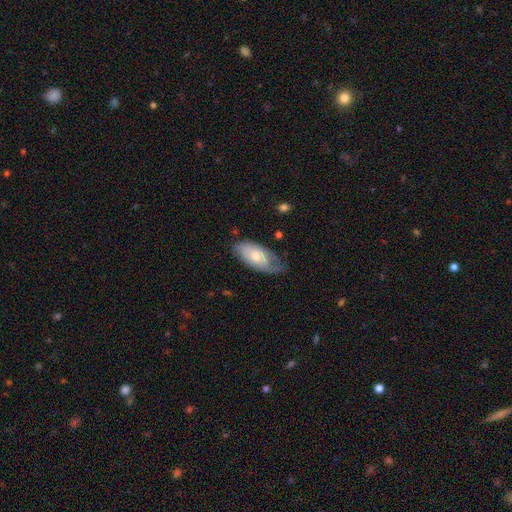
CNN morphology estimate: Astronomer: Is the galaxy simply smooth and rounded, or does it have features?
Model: smooth — 50% (runner-up: featured or disk, 43%).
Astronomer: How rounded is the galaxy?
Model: in between — 89%.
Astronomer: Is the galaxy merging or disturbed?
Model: none — 50% (runner-up: minor disturbance, 35%).